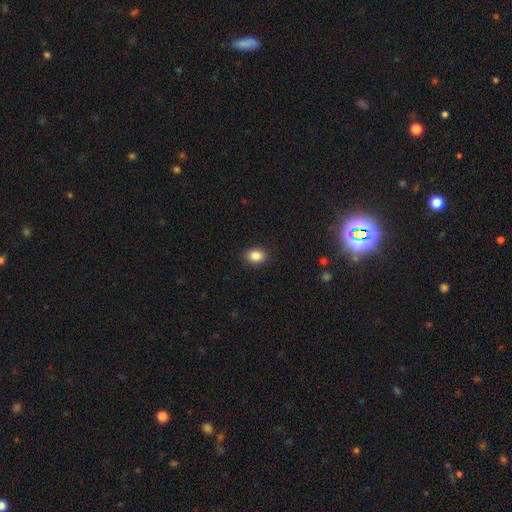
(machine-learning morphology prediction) Smooth or featured? Predicted: smooth (p=0.87). How rounded? Predicted: in between (p=0.67). Merging? Predicted: none (p=0.89).